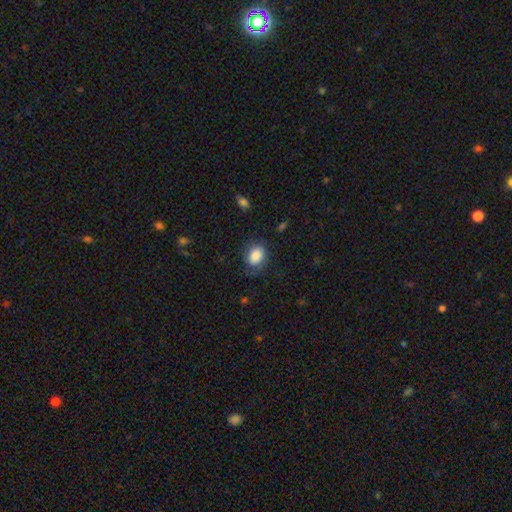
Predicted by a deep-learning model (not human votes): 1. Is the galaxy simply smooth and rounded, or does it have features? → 85% smooth, 8% featured or disk, 7% star or artifact.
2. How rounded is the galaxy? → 62% in between, 37% round, 1% cigar-shaped.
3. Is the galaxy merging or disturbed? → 68% none, 21% minor disturbance, 9% major disturbance, 2% merger.